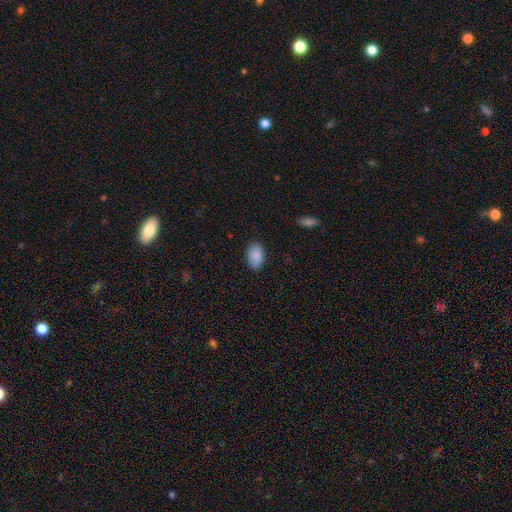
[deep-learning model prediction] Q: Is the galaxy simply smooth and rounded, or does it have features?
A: smooth — 89%.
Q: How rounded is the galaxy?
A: in between — 92%.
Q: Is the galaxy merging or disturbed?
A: none — 83%.